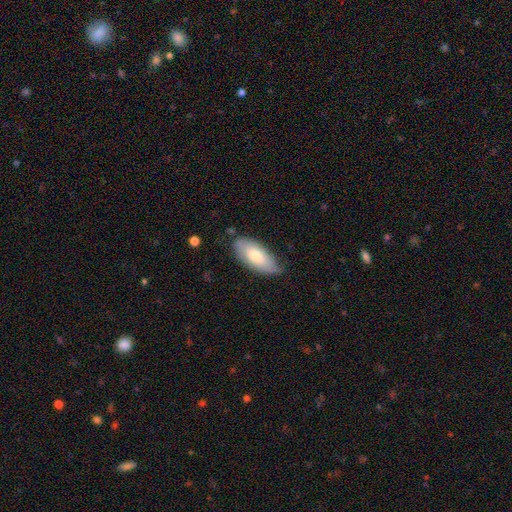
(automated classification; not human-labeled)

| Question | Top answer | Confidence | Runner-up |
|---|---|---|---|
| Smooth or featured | smooth | 72% | featured or disk (22%) |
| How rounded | in between | 88% | cigar-shaped (10%) |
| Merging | none | 68% | minor disturbance (25%) |